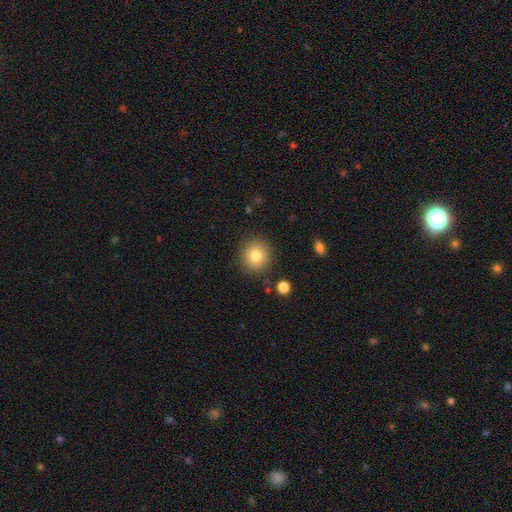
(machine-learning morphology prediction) Overall: smooth (81%). How rounded: round (90%). Merging: none (88%).